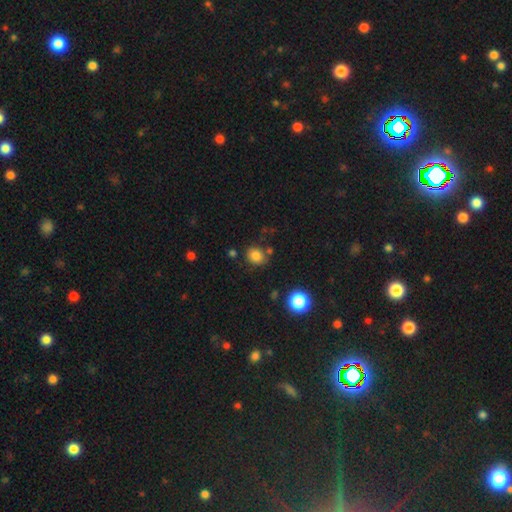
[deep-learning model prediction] smooth_or_featured: smooth (p=0.82) [alt: star or artifact p=0.12]
how_rounded: round (p=0.64) [alt: in between p=0.35]
merging: none (p=0.78) [alt: minor disturbance p=0.12]